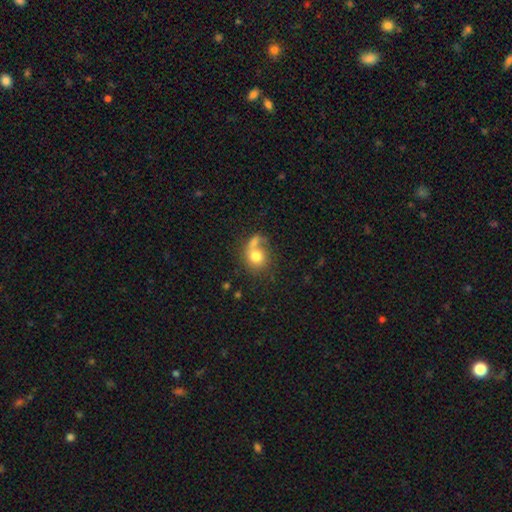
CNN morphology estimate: This appears to be a smooth galaxy with no disk features (73%) that is round (71%). Merging: merger (36%, tied with none).